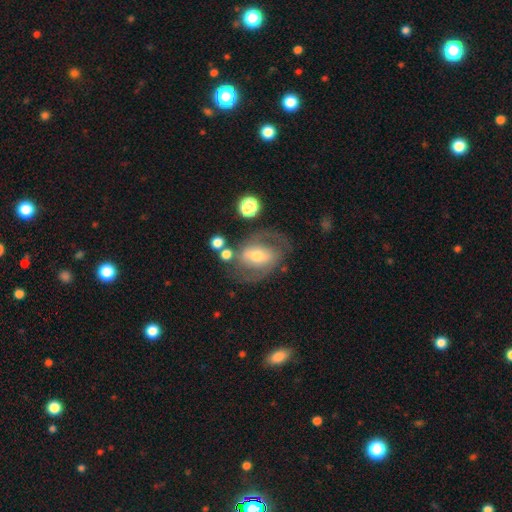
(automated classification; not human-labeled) Smooth or featured?
  - featured or disk: 66% *
  - smooth: 26%
  - star or artifact: 8%
Edge-on disk?
  - no: 95% *
  - yes: 5%
Bar?
  - weak: 38% *
  - no: 33%
  - strong: 29%
Spiral arms?
  - yes: 69% *
  - no: 31%
Bulge size?
  - moderate: 64% *
  - small: 24%
  - large: 9%
  - none: 2%
  - dominant: 1%
Merging?
  - none: 63% *
  - minor disturbance: 18%
  - major disturbance: 13%
  - merger: 6%